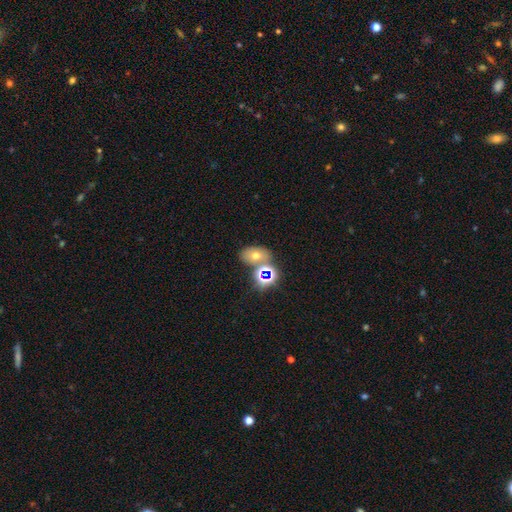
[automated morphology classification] Q: Smooth or featured?
A: smooth (56%); runner-up: star or artifact (25%)
Q: How rounded?
A: in between (76%); runner-up: round (22%)
Q: Merging?
A: none (57%); runner-up: merger (27%)